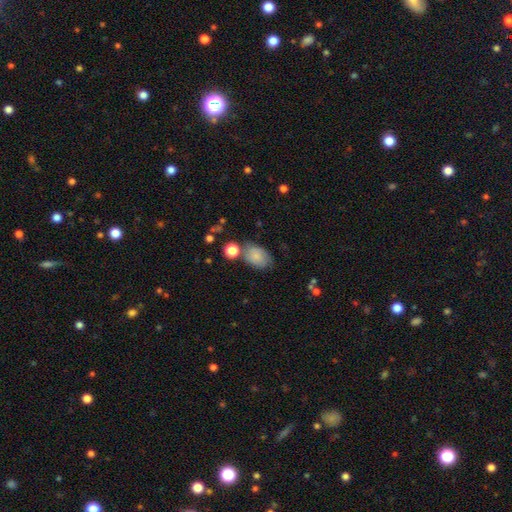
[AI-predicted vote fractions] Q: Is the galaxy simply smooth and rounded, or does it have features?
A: smooth — 81%.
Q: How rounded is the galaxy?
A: in between — 82%.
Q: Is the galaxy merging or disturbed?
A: none — 61%.